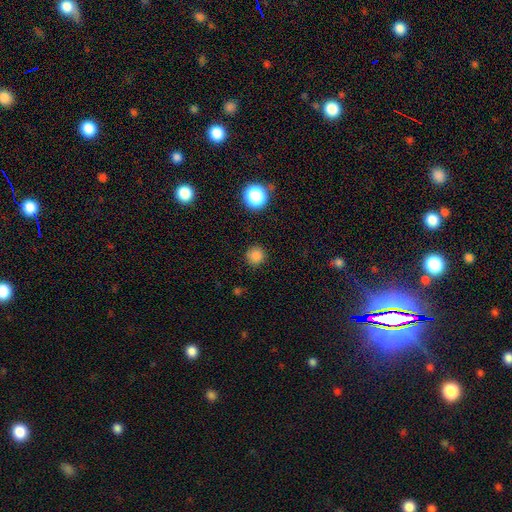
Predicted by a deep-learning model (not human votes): Smooth or featured? Predicted: smooth (p=0.82). How rounded? Predicted: round (p=0.94). Merging? Predicted: none (p=0.89).